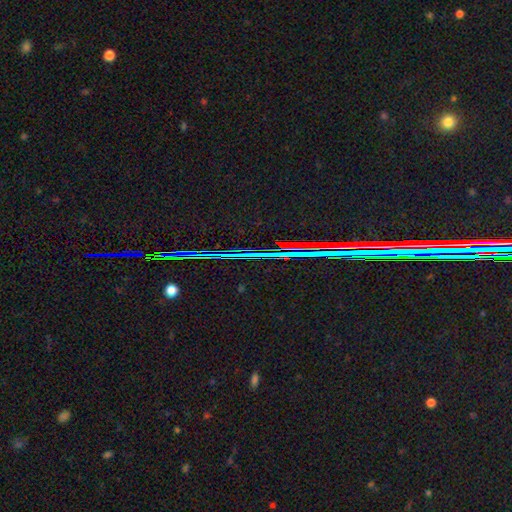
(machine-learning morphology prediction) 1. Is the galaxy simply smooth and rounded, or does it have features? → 86% star or artifact, 8% featured or disk, 6% smooth.